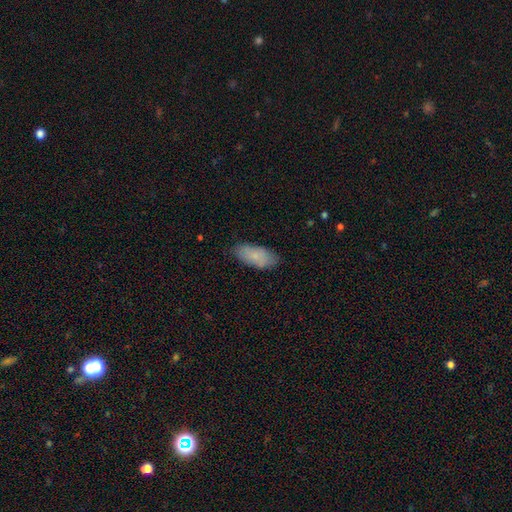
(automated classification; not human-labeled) Overall: smooth (82%). How rounded: in between (87%). Merging: none (81%).